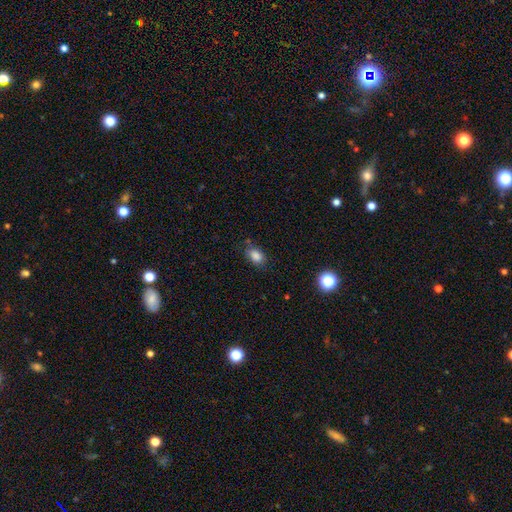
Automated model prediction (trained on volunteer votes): A smooth galaxy with no disk features (85%) that is in between round and cigar-shaped (83%). Merging: none (76%).